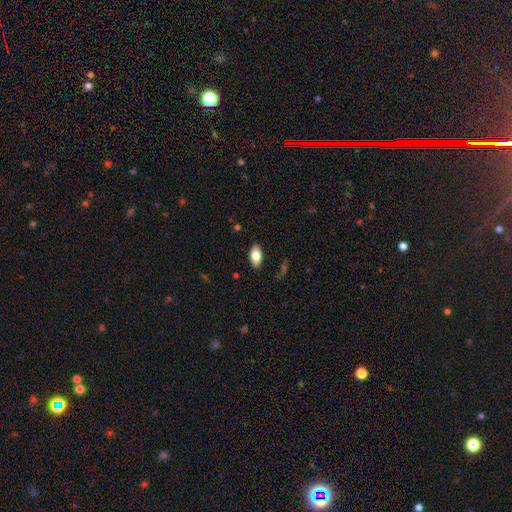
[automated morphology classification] The model was most divided on "smooth or featured": smooth: 81%, featured or disk: 12%, star or artifact: 7%. More confident: how rounded — in between (92%); merging — none (87%).